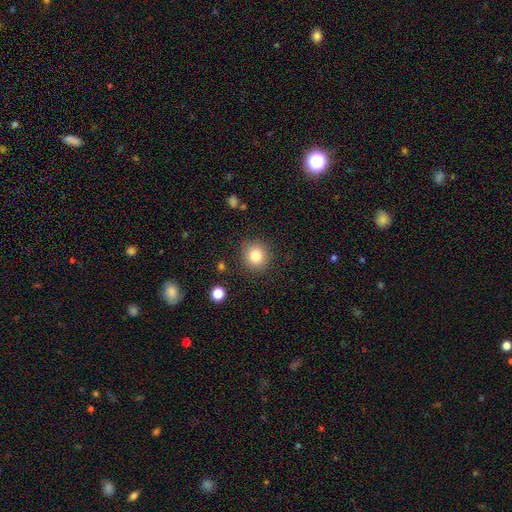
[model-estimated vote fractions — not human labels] The model was most divided on "smooth or featured": smooth: 82%, star or artifact: 11%, featured or disk: 7%. More confident: how rounded — round (90%); merging — none (86%).